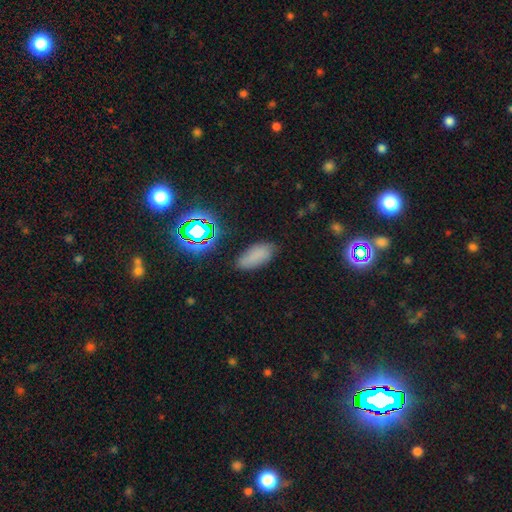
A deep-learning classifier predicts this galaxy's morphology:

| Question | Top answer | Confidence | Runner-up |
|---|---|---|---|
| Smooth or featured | smooth | 74% | star or artifact (18%) |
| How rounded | in between | 86% | cigar-shaped (10%) |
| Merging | none | 78% | minor disturbance (16%) |